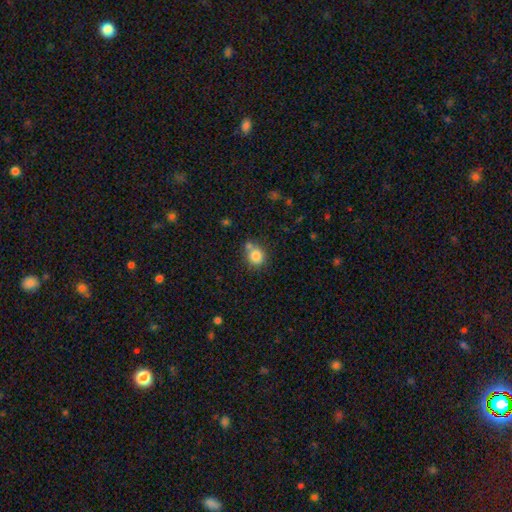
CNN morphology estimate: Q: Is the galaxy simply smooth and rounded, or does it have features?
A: smooth — 83%.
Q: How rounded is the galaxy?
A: round — 80%.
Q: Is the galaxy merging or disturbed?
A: none — 60%.